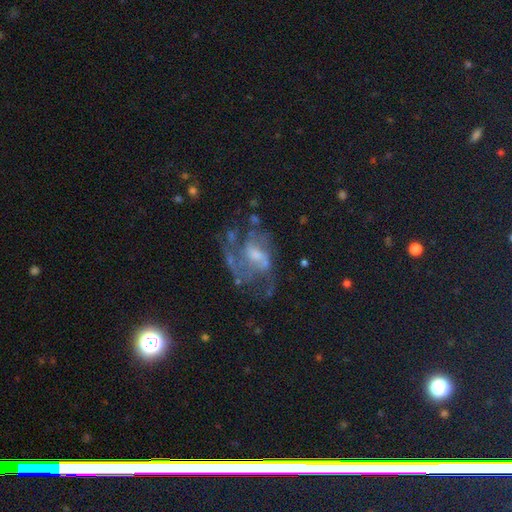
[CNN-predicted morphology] smooth_or_featured: featured or disk (p=0.76) [alt: smooth p=0.14]
disk_edge_on: no (p=0.97) [alt: yes p=0.03]
bar: no (p=0.48) [alt: weak p=0.42]
has_spiral_arms: yes (p=0.75) [alt: no p=0.25]
spiral_winding: medium (p=0.45) [alt: loose p=0.36]
spiral_arm_count: 2 (p=0.33) [alt: can't tell p=0.30]
bulge_size: moderate (p=0.40) [alt: small p=0.39]
merging: none (p=0.40) [alt: major disturbance p=0.36]